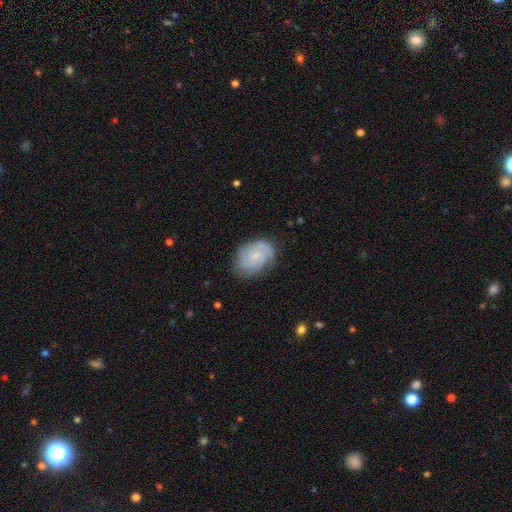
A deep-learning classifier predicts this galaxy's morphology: A featured or disk galaxy (56%) with no bar (79%), spiral arms (86%) and a small central bulge (79%).

Vote fractions:
- Smooth or featured? featured or disk: 56% / smooth: 37% / star or artifact: 8%
- Edge-on disk? no: 97% / yes: 3%
- Bar? no: 79% / weak: 18% / strong: 2%
- Spiral arms? yes: 86% / no: 14%
- Bulge size? small: 79% / moderate: 14% / none: 5% / large: 1% / dominant: 1%
- Merging? none: 71% / minor disturbance: 21% / major disturbance: 7% / merger: 1%